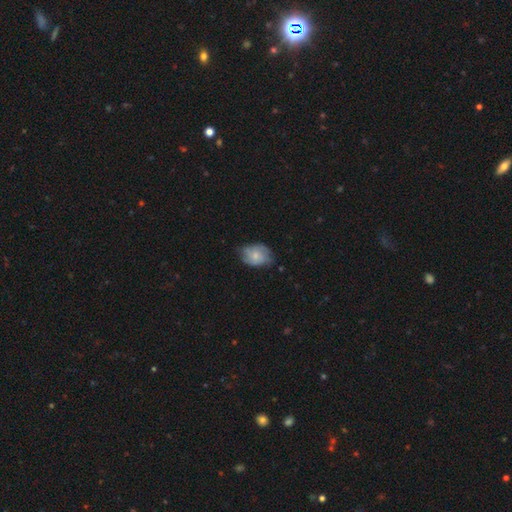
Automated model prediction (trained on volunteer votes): This appears to be a smooth galaxy with no disk features (53%) that is in between round and cigar-shaped (69%). Merging: none (58%).